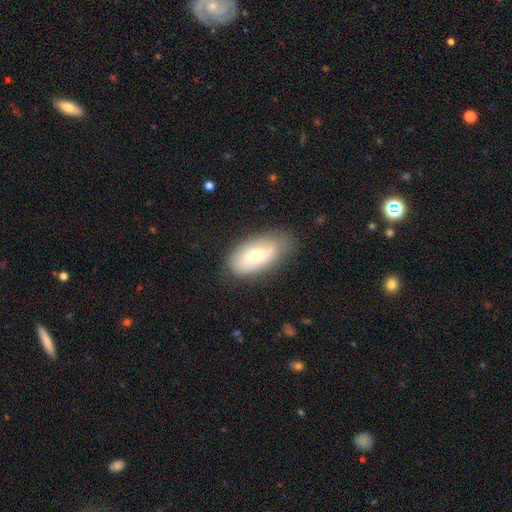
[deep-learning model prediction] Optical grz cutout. It shows a smooth galaxy with no disk features (51%) that is in between round and cigar-shaped (91%). Merging: none (70%).